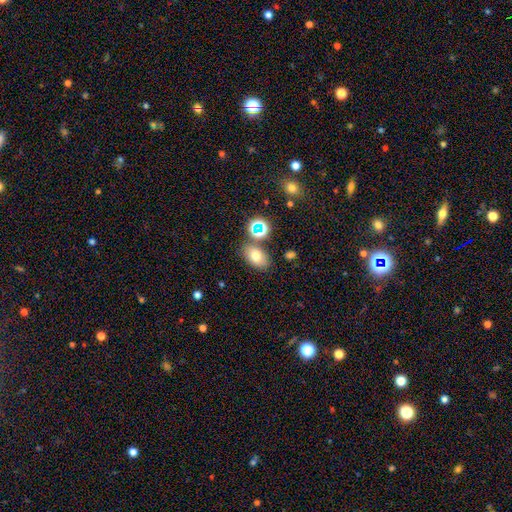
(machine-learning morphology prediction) Smooth or featured?
  - smooth: 72% *
  - star or artifact: 15%
  - featured or disk: 13%
How rounded?
  - in between: 84% *
  - round: 15%
  - cigar-shaped: 2%
Merging?
  - none: 72% *
  - minor disturbance: 13%
  - merger: 11%
  - major disturbance: 4%